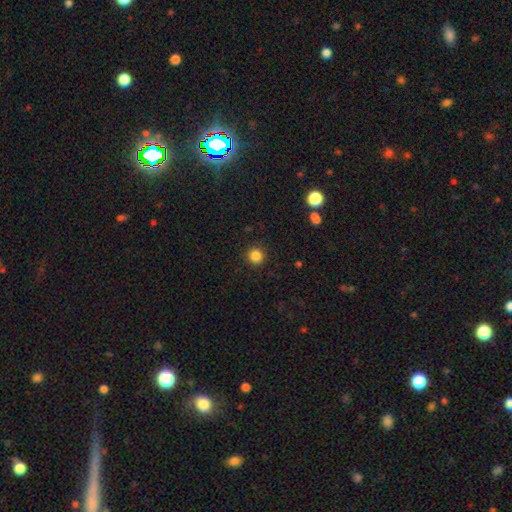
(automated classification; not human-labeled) A smooth galaxy with no disk features (84%) that is round (95%).

Vote fractions:
- Smooth or featured? smooth: 84% / star or artifact: 12% / featured or disk: 4%
- How rounded? round: 95% / in between: 5% / cigar-shaped: 1%
- Merging? none: 91% / minor disturbance: 6% / major disturbance: 2% / merger: 1%